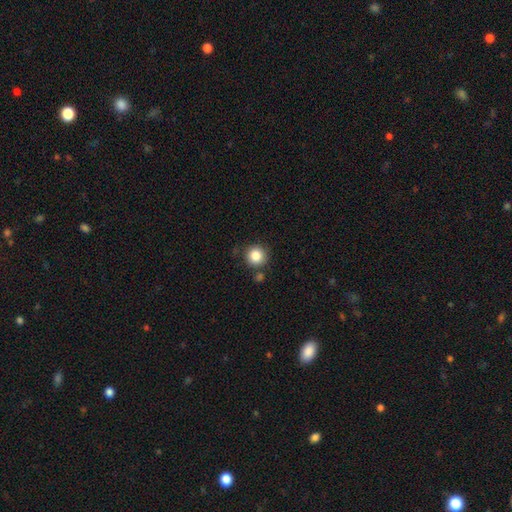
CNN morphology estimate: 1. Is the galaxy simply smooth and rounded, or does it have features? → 85% smooth, 10% star or artifact, 5% featured or disk.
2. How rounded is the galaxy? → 94% round, 5% in between, 1% cigar-shaped.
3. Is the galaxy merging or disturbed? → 81% none, 10% minor disturbance, 6% merger, 3% major disturbance.